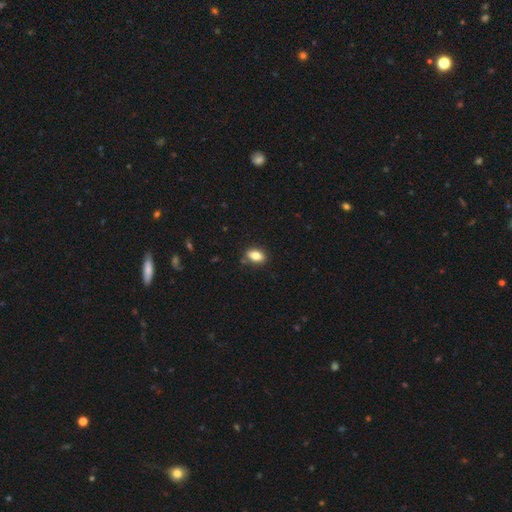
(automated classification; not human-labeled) The model was most divided on "smooth or featured": smooth: 81%, featured or disk: 10%, star or artifact: 9%. More confident: how rounded — in between (85%); merging — none (84%).